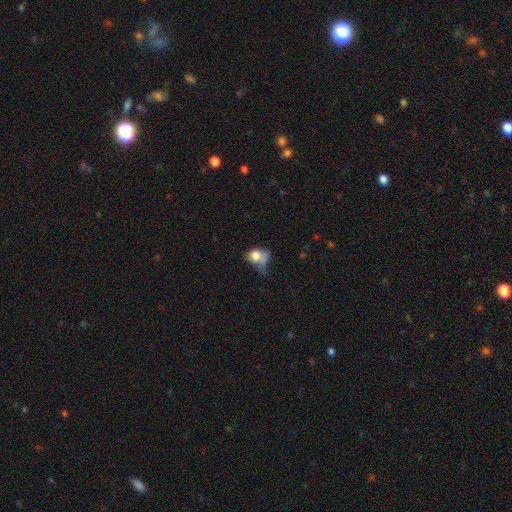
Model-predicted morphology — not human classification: Overall: smooth (71%). How rounded: in between (64%; round 34%). Merging: major disturbance (34%; minor disturbance 26%).